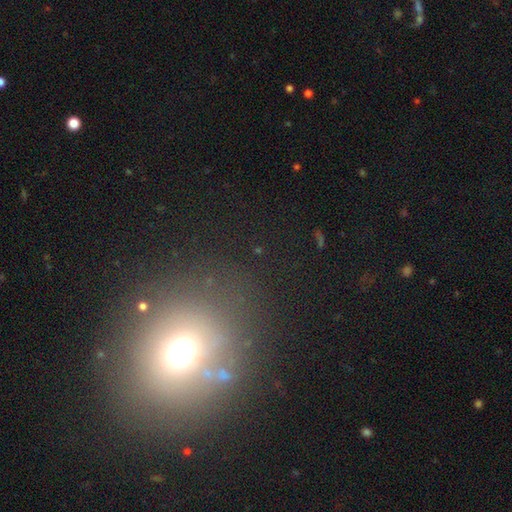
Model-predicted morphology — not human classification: Overall: smooth (53%; star or artifact 30%). How rounded: round (74%). Merging: none (80%).